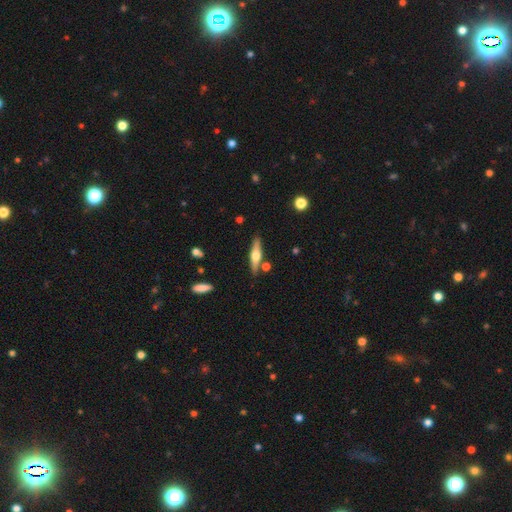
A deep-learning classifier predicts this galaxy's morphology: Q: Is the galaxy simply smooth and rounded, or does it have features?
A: featured or disk — 58%.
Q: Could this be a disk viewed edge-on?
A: yes — 95%.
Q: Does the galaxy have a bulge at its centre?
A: rounded — 92%.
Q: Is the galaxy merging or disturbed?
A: none — 82%.